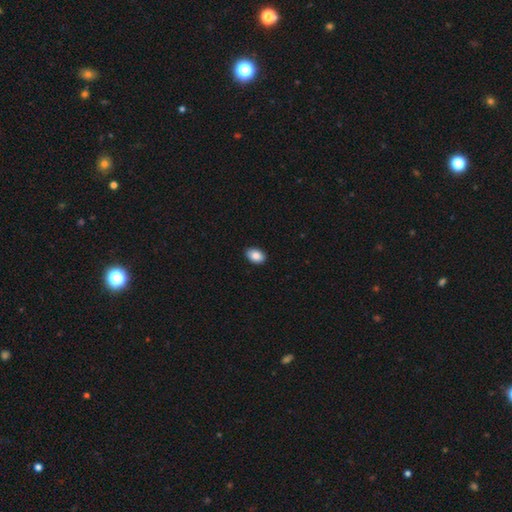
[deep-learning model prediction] A smooth galaxy with no disk features (87%) that is in between round and cigar-shaped (84%). Merging: none (90%).